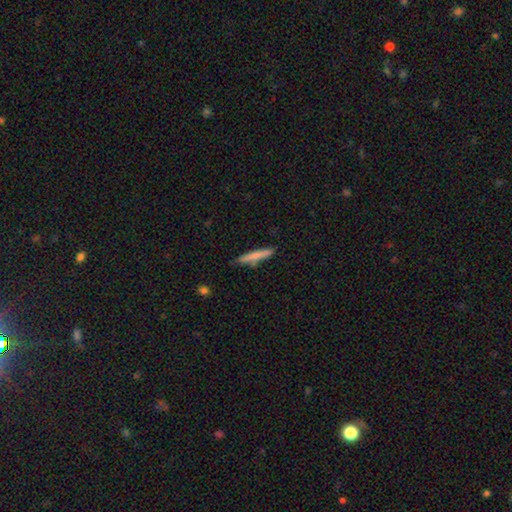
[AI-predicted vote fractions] smooth_or_featured: smooth (p=0.75) [alt: featured or disk p=0.20]
how_rounded: cigar-shaped (p=0.94) [alt: in between p=0.05]
merging: none (p=0.81) [alt: minor disturbance p=0.13]